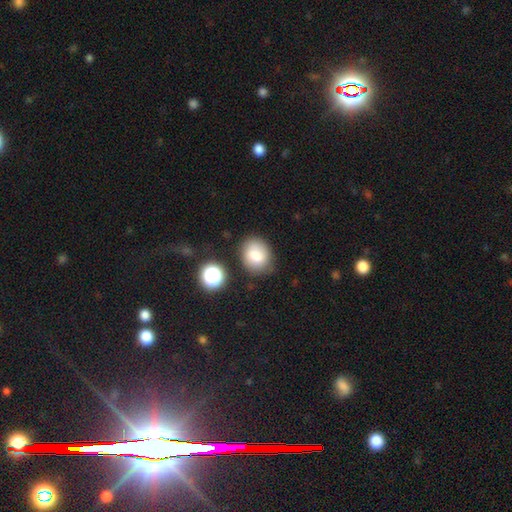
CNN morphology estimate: The model was most divided on "how rounded": round: 50%, in between: 49%, cigar-shaped: 1%. More confident: smooth or featured — smooth (79%); merging — none (75%).